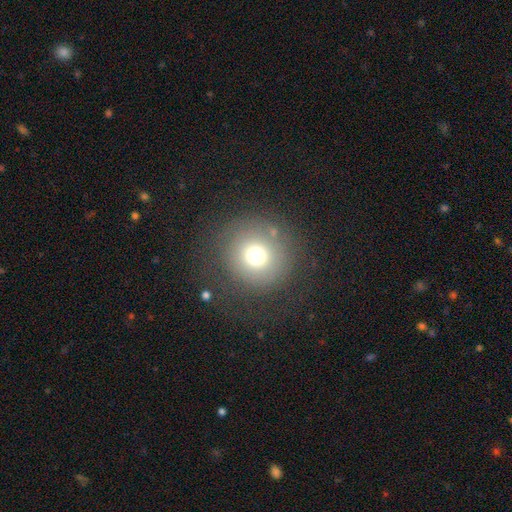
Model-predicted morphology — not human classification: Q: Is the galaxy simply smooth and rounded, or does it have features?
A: smooth — 70%.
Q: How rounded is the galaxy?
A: round — 95%.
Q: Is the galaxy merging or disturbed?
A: none — 79%.